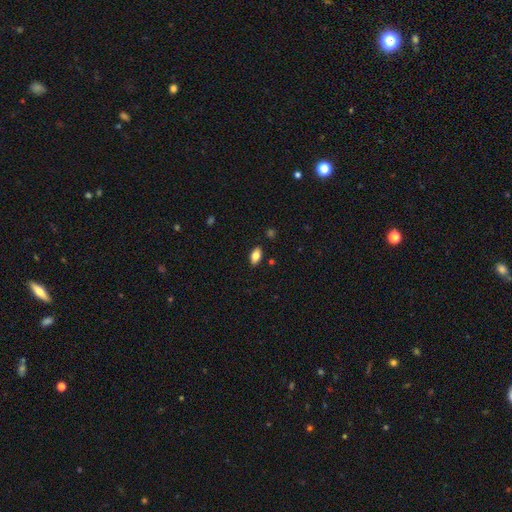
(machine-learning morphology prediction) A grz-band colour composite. It shows a smooth galaxy with no disk features (79%) that is in between round and cigar-shaped (90%). Merging: none (87%).